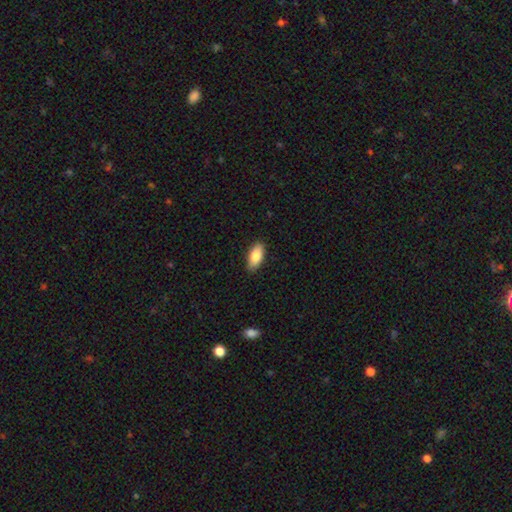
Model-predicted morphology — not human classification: A smooth galaxy with no disk features (84%) that is in between round and cigar-shaped (87%).

Vote fractions:
- Smooth or featured? smooth: 84% / featured or disk: 10% / star or artifact: 6%
- How rounded? in between: 87% / cigar-shaped: 11% / round: 2%
- Merging? none: 88% / minor disturbance: 9% / major disturbance: 2% / merger: 1%